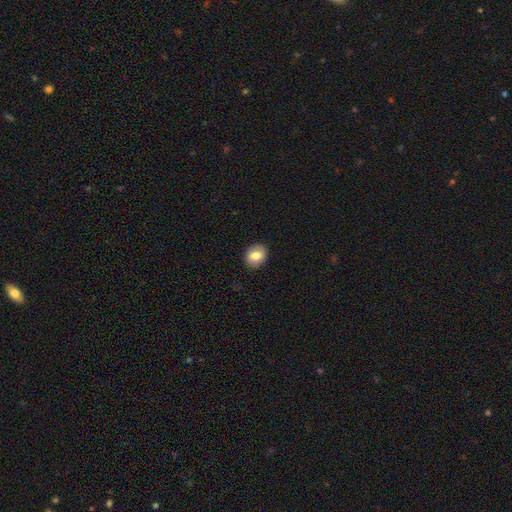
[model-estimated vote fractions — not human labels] A smooth galaxy with no disk features (79%) that is in between round and cigar-shaped (52%).

Vote fractions:
- Smooth or featured? smooth: 79% / featured or disk: 13% / star or artifact: 8%
- How rounded? in between: 52% / round: 47% / cigar-shaped: 1%
- Merging? none: 88% / minor disturbance: 9% / major disturbance: 2% / merger: 1%